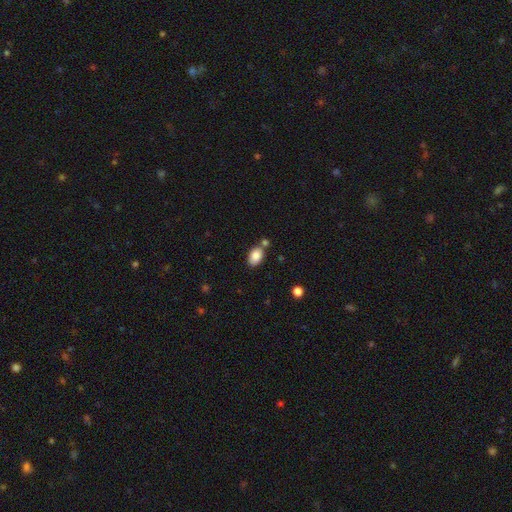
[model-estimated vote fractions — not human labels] A smooth galaxy with no disk features (85%) that is in between round and cigar-shaped (89%).

Vote fractions:
- Smooth or featured? smooth: 85% / star or artifact: 8% / featured or disk: 7%
- How rounded? in between: 89% / round: 9% / cigar-shaped: 1%
- Merging? none: 66% / merger: 18% / minor disturbance: 13% / major disturbance: 3%